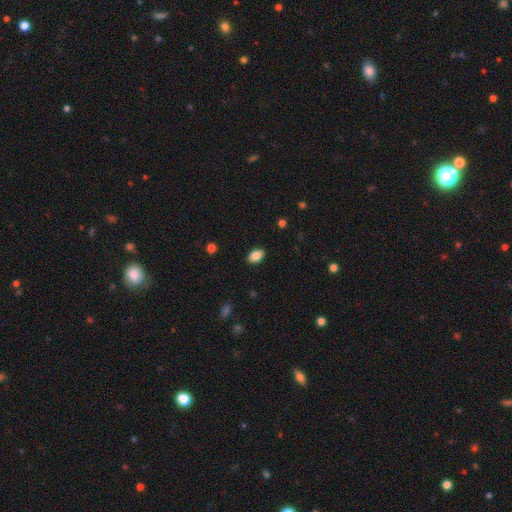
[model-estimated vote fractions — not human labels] A smooth galaxy with no disk features (86%) that is in between round and cigar-shaped (86%). Merging: none (88%).